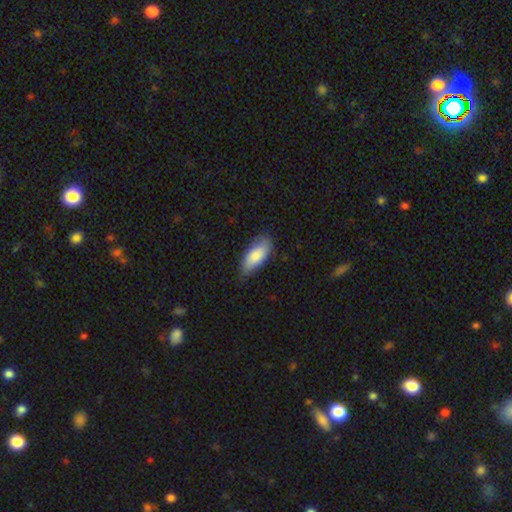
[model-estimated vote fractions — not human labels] Smooth or featured? smooth (85%)
How rounded? in between (84%)
Merging? none (75%)